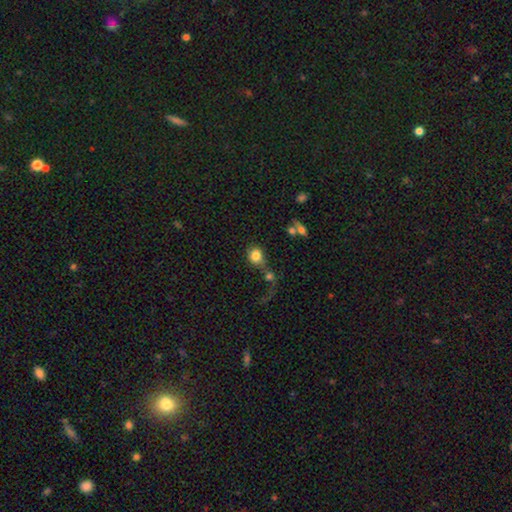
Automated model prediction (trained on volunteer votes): Smooth or featured? smooth (80%)
How rounded? round (64%)
Merging? merger (37%)